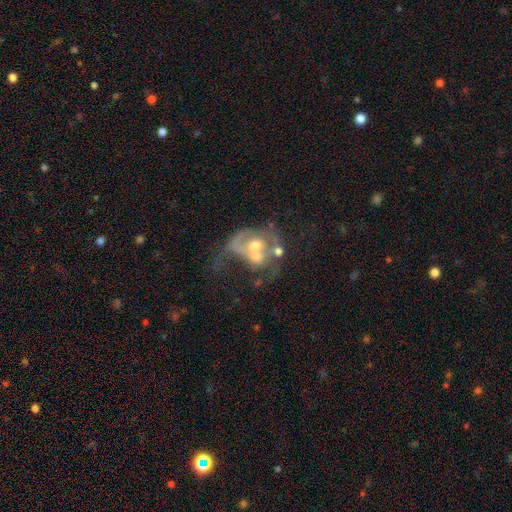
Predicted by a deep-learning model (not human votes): Q: Smooth or featured?
A: featured or disk (65%); runner-up: smooth (25%)
Q: Edge-on disk?
A: no (97%); runner-up: yes (3%)
Q: Bar?
A: no (83%); runner-up: weak (14%)
Q: Spiral arms?
A: no (60%); runner-up: yes (40%)
Q: Bulge size?
A: moderate (62%); runner-up: small (17%)
Q: Merging?
A: merger (57%); runner-up: major disturbance (21%)